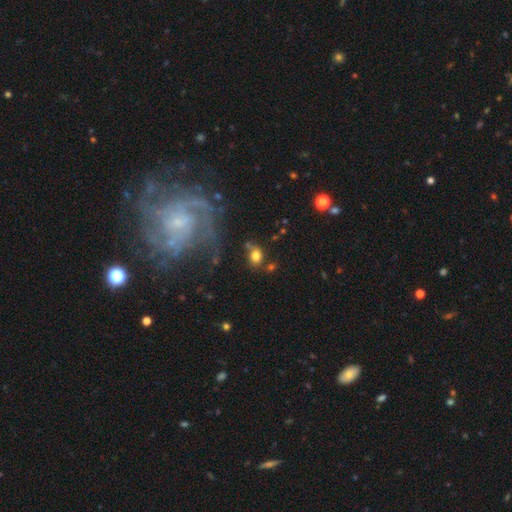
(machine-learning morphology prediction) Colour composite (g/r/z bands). It shows a smooth galaxy with no disk features (76%) that is in between round and cigar-shaped (57%). Merging: none (60%).